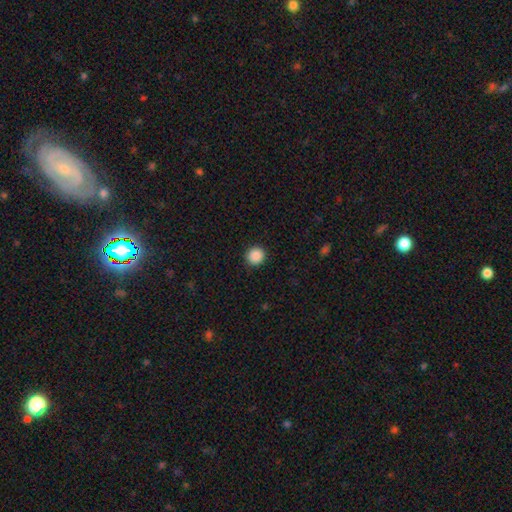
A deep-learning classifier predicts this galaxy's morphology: Smooth or featured?
  - smooth: 89% *
  - star or artifact: 9%
  - featured or disk: 2%
How rounded?
  - round: 91% *
  - in between: 8%
  - cigar-shaped: 1%
Merging?
  - none: 92% *
  - minor disturbance: 5%
  - major disturbance: 2%
  - merger: 1%